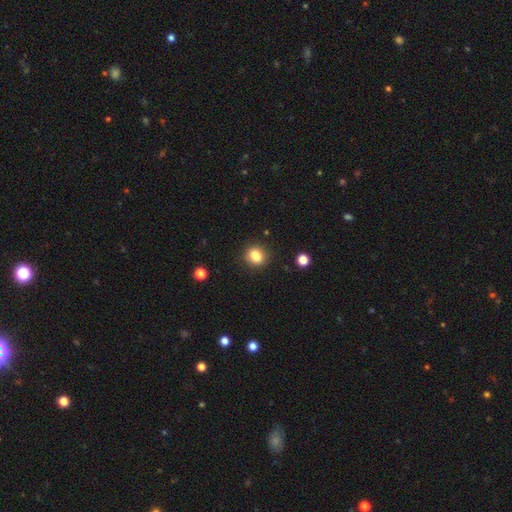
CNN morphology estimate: This appears to be a smooth galaxy with no disk features (85%) that is round (59%). Merging: none (86%).